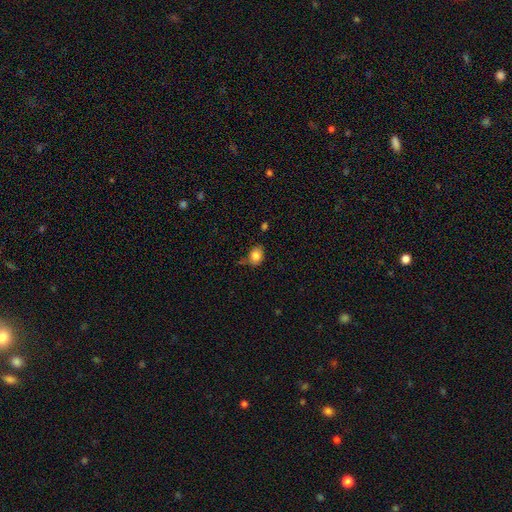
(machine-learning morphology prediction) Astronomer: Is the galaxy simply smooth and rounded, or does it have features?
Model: smooth — 83%.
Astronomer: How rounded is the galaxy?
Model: in between — 57% (runner-up: round, 42%).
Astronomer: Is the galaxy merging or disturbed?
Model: none — 60%.